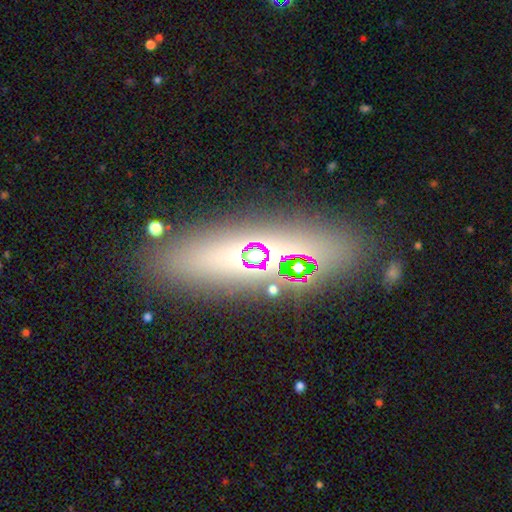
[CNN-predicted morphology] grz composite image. It shows a star or artifact, not a galaxy (42%).